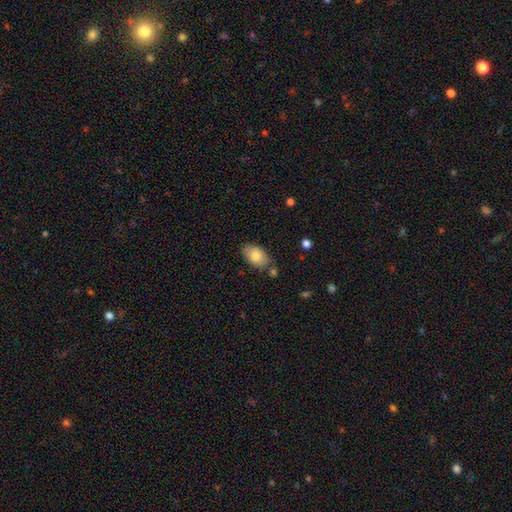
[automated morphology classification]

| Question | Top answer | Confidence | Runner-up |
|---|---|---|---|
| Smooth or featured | smooth | 82% | featured or disk (12%) |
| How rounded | in between | 93% | round (6%) |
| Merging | none | 73% | minor disturbance (17%) |